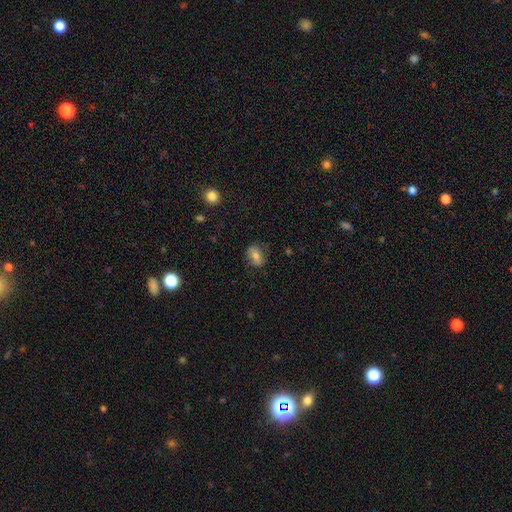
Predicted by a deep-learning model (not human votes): Morphology: type=smooth (70%); roundness=in between (76%); merging=none (78%).